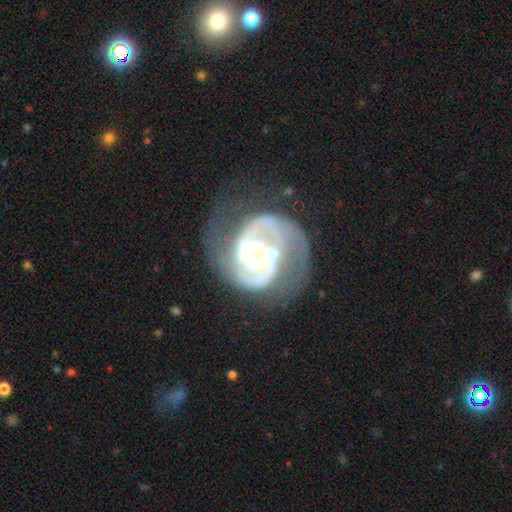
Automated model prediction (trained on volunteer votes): Overall: featured or disk (88%). Edge-on disk: no (98%). Bar: no (58%; weak 32%). Spiral arms: yes (94%). Spiral arm count: 2 (76%). Spiral winding: medium (48%; tight 34%). Bulge size: moderate (65%). Merging: none (47%; major disturbance 27%).